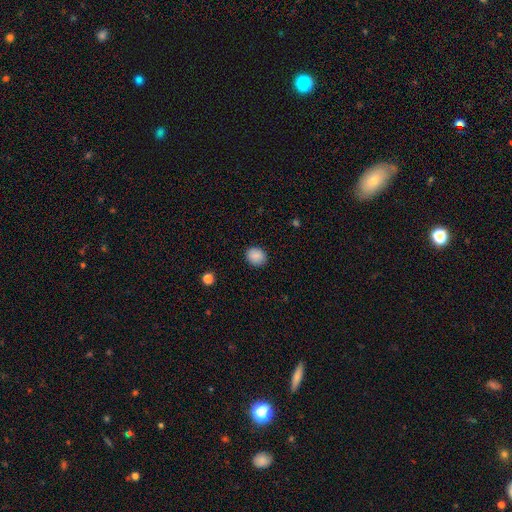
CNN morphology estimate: This is clearly a smooth galaxy (88%). How rounded: likely round (68%). Merging: clearly none (89%).